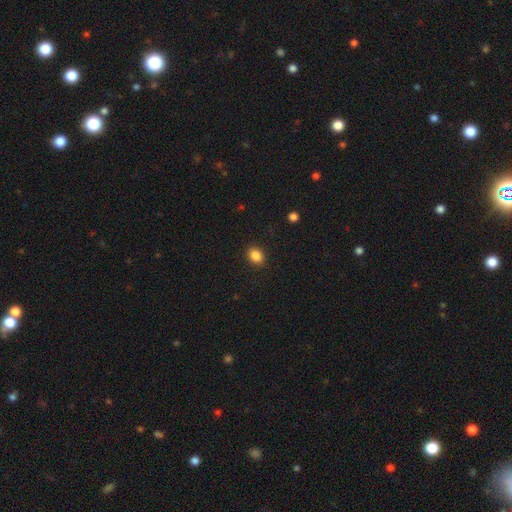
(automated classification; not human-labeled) This appears to be a smooth galaxy with no disk features (86%) that is in between round and cigar-shaped (53%). Merging: none (90%).